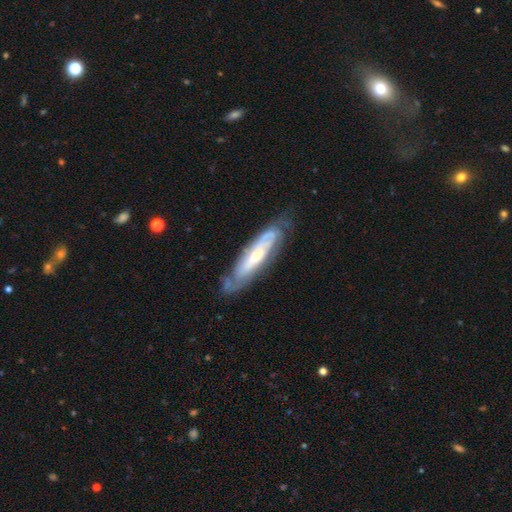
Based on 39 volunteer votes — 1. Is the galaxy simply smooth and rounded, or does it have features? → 92% featured or disk, 5% smooth, 3% star or artifact.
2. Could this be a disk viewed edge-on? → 58% no, 42% yes.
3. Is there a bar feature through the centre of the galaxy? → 57% no, 33% weak, 10% strong.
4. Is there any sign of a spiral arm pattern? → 86% yes, 14% no.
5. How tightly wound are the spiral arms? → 56% tight, 44% medium, 0% loose.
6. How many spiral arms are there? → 56% can't tell, 44% 2, 0% 1, 0% 3, 0% 4, 0% more than 4.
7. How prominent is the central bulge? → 57% small, 38% moderate, 5% large, 0% dominant, 0% none.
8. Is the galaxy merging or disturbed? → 82% none, 11% minor disturbance, 8% major disturbance, 0% merger.